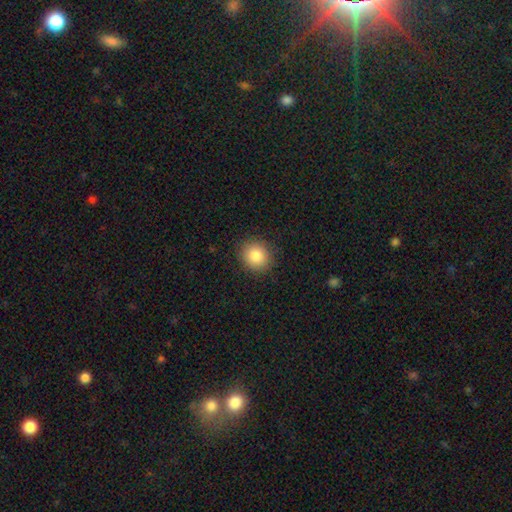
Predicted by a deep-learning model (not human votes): Smooth or featured? smooth (85%)
How rounded? round (84%)
Merging? none (90%)